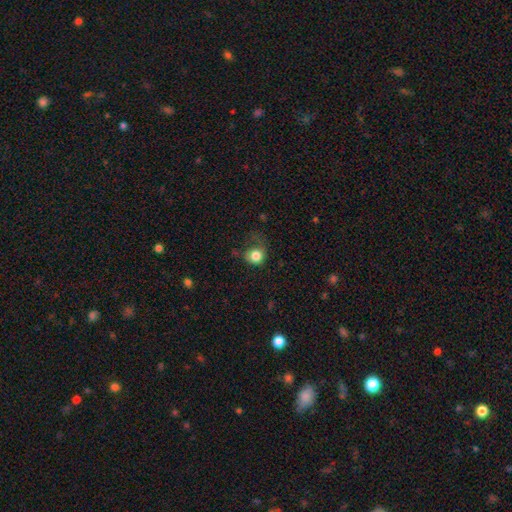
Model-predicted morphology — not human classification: smooth_or_featured: smooth (p=0.81) [alt: star or artifact p=0.10]
how_rounded: round (p=0.79) [alt: in between p=0.20]
merging: none (p=0.39) [alt: major disturbance p=0.30]